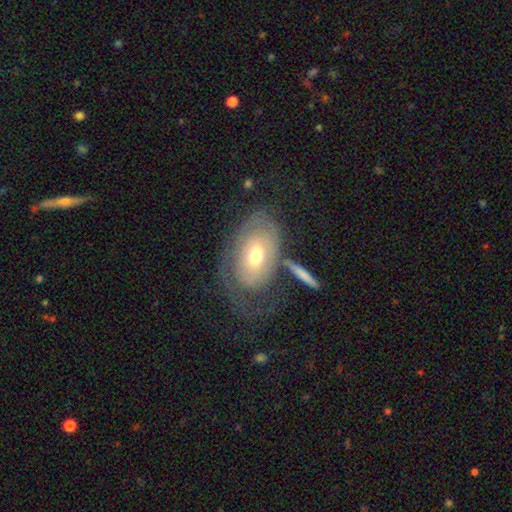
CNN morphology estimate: smooth_or_featured: featured or disk (p=0.54) [alt: smooth p=0.39]
disk_edge_on: no (p=0.89) [alt: yes p=0.11]
merging: none (p=0.42) [alt: major disturbance p=0.28]